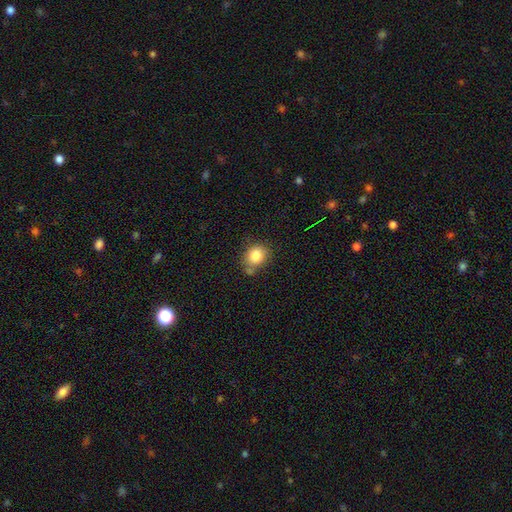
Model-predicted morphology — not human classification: Overall: smooth (82%). How rounded: round (71%). Merging: none (64%).